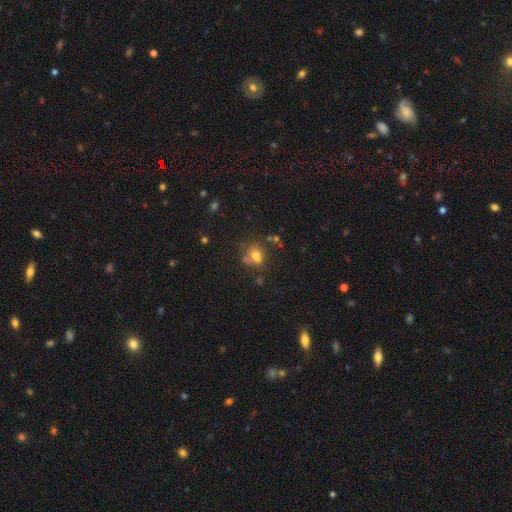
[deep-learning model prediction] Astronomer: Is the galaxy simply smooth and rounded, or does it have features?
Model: smooth — 66%.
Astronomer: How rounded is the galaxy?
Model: round — 57% (runner-up: in between, 42%).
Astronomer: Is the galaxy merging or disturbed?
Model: none — 47% (runner-up: merger, 27%).